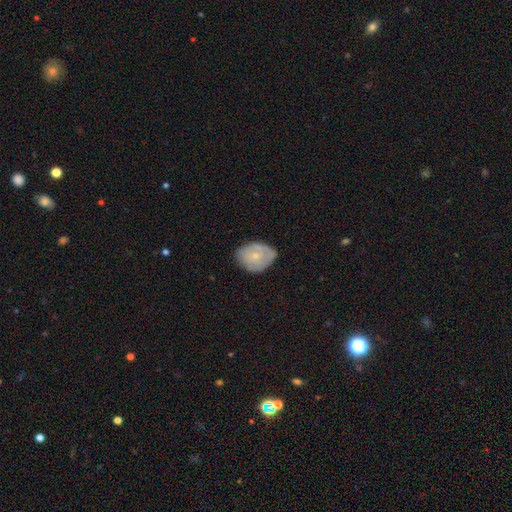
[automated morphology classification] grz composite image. It shows a smooth galaxy with no disk features (52%) that is in between round and cigar-shaped (62%). Merging: none (65%).